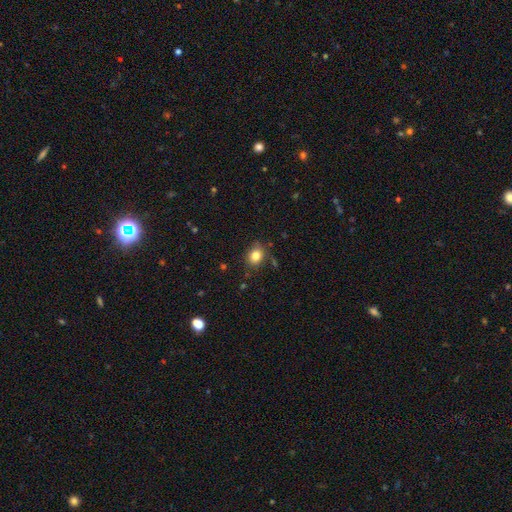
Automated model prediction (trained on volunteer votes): A smooth galaxy with no disk features (82%) that is round (50%).

Vote fractions:
- Smooth or featured? smooth: 82% / star or artifact: 10% / featured or disk: 7%
- How rounded? round: 50% / in between: 49% / cigar-shaped: 1%
- Merging? none: 79% / minor disturbance: 14% / major disturbance: 3% / merger: 3%